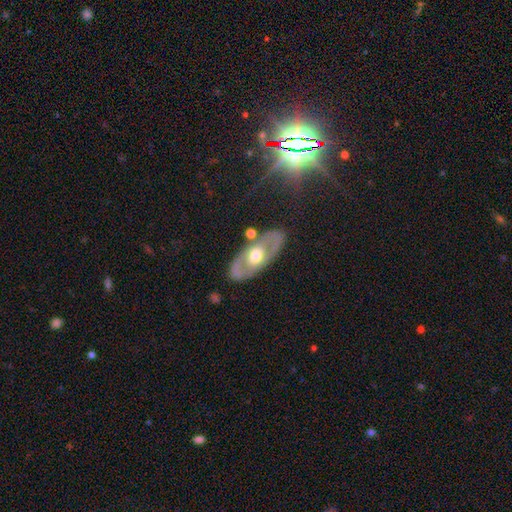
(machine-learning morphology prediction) This is likely a featured or disk galaxy (68%). It is clearly not viewed edge-on (84%). Bar: likely no (78%). Spiral arm pattern: likely no (64%). Central bulge: likely moderate (72%). Merging: clearly none (80%).